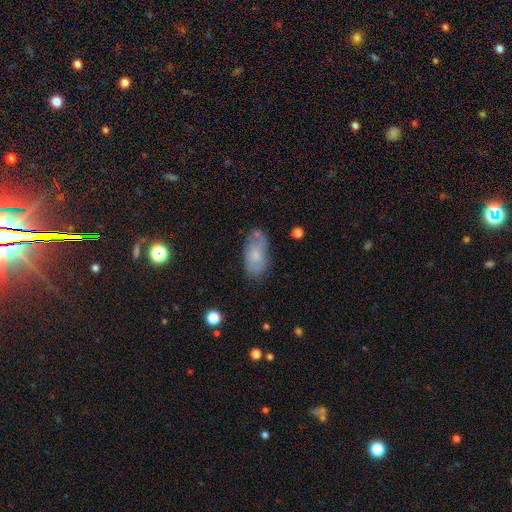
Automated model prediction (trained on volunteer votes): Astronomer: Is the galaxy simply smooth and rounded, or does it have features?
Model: smooth — 66%.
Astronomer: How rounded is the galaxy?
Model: in between — 92%.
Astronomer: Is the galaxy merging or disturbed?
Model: none — 65%.